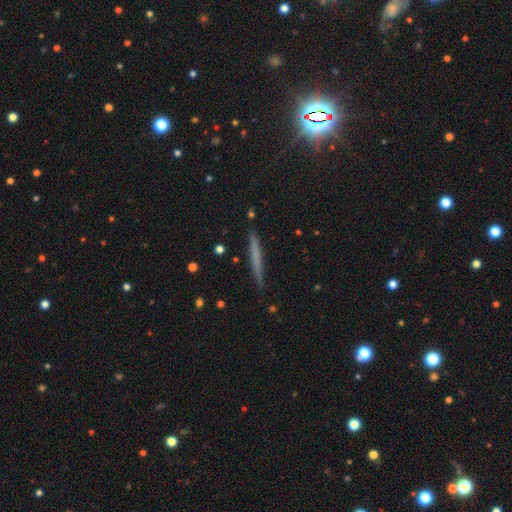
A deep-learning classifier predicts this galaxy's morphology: smooth_or_featured: smooth (p=0.57) [alt: featured or disk p=0.35]
how_rounded: cigar-shaped (p=0.97) [alt: in between p=0.02]
merging: none (p=0.89) [alt: minor disturbance p=0.08]